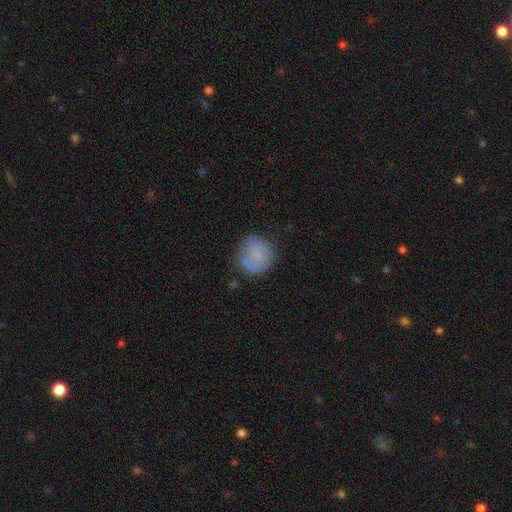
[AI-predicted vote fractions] A smooth galaxy with no disk features (68%) that is round (90%).

Vote fractions:
- Smooth or featured? smooth: 68% / featured or disk: 24% / star or artifact: 9%
- How rounded? round: 90% / in between: 9% / cigar-shaped: 1%
- Merging? none: 66% / minor disturbance: 20% / major disturbance: 8% / merger: 5%